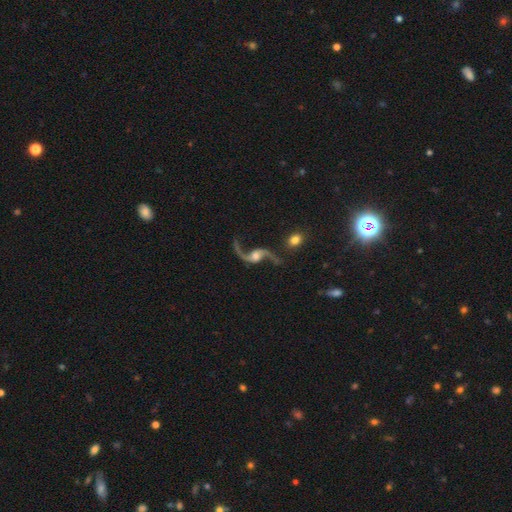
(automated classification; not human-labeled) Smooth or featured? featured or disk (92%)
Edge-on disk? no (95%)
Bar? no (61%)
Spiral arms? yes (97%)
Spiral winding? loose (92%)
Spiral arm count? 2 (94%)
Bulge size? moderate (52%)
Merging? none (74%)